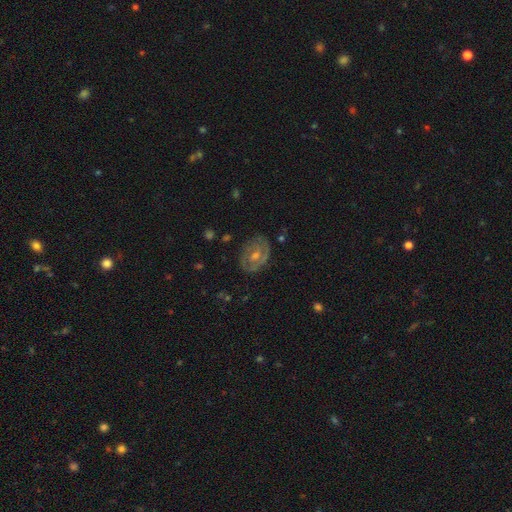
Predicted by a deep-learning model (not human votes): Smooth or featured: featured or disk — 69% (smooth — 21%)
Edge-on disk: no — 96% (yes — 4%)
Bar: no — 57% (weak — 34%)
Spiral arms: yes — 69% (no — 31%)
Bulge size: moderate — 58% (small — 34%)
Merging: none — 80% (minor disturbance — 14%)